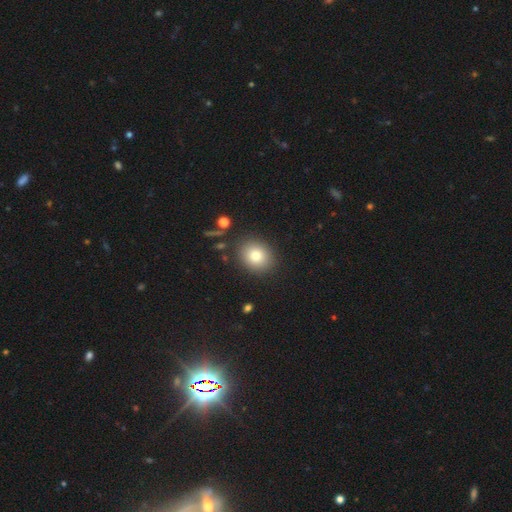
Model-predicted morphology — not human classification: A smooth galaxy with no disk features (80%) that is round (68%). Merging: none (86%).